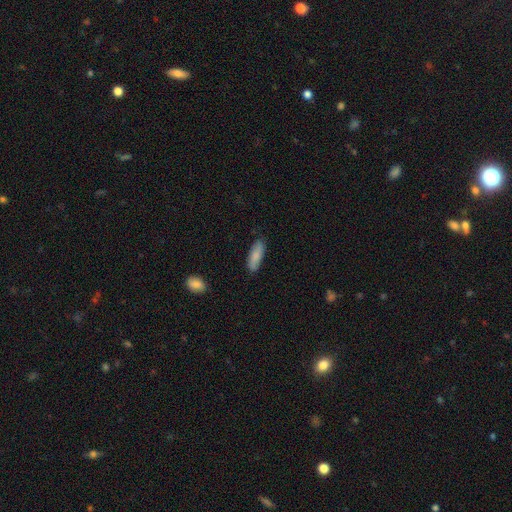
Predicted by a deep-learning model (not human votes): Smooth or featured? Predicted: smooth (p=0.85). How rounded? Predicted: in between (p=0.55). Merging? Predicted: none (p=0.84).